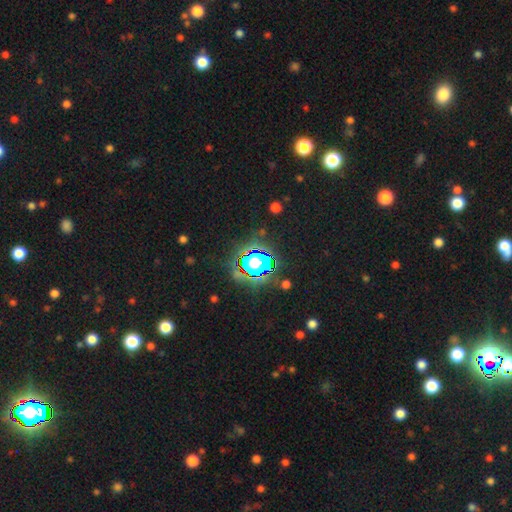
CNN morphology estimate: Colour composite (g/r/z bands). It shows a star or artifact, not a galaxy (63%).